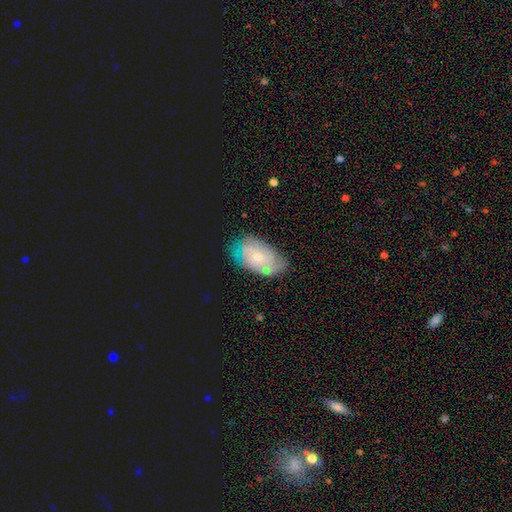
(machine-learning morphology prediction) Smooth or featured?
  - featured or disk: 63% *
  - smooth: 26%
  - star or artifact: 10%
Edge-on disk?
  - no: 95% *
  - yes: 5%
Bar?
  - no: 77% *
  - weak: 20%
  - strong: 3%
Spiral arms?
  - yes: 84% *
  - no: 16%
Spiral winding?
  - tight: 63% *
  - medium: 27%
  - loose: 9%
Spiral arm count?
  - can't tell: 50% *
  - 2: 24%
  - 3: 11%
  - 4: 6%
  - 1: 5%
  - more than 4: 4%
Bulge size?
  - small: 61% *
  - moderate: 31%
  - none: 4%
  - large: 2%
  - dominant: 1%
Merging?
  - none: 69% *
  - minor disturbance: 22%
  - major disturbance: 7%
  - merger: 2%